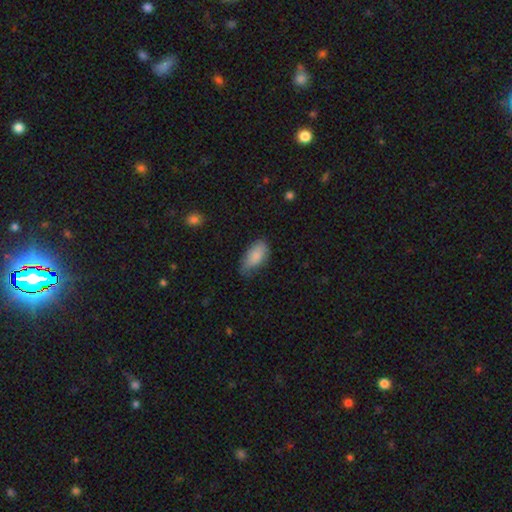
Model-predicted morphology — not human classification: This is clearly a smooth galaxy (85%). How rounded: clearly in between (92%). Merging: possibly none (52%).